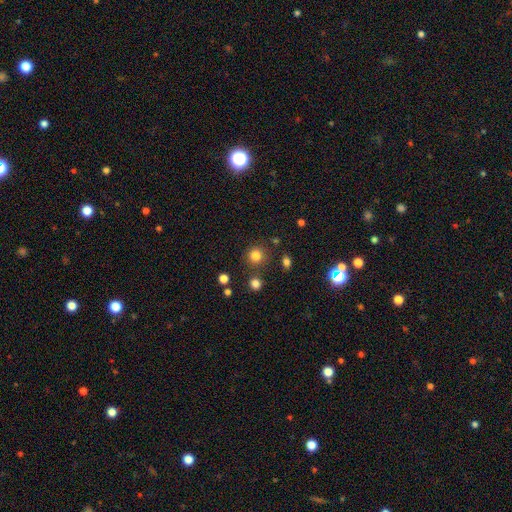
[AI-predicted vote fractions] Morphology: type=smooth (81%); roundness=round (92%); merging=none (81%).